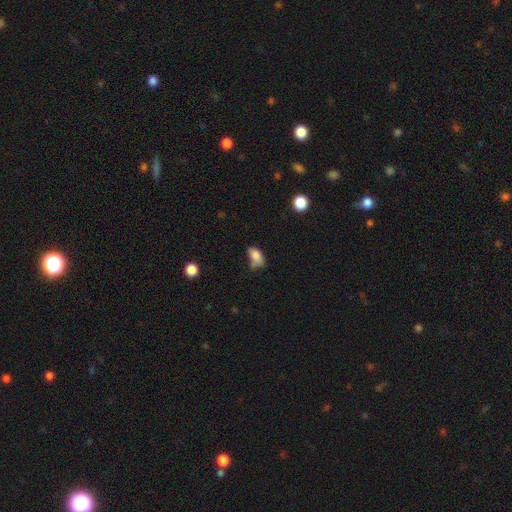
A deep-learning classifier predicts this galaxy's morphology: type=smooth (81%); roundness=in between (89%); merging=none (46%).